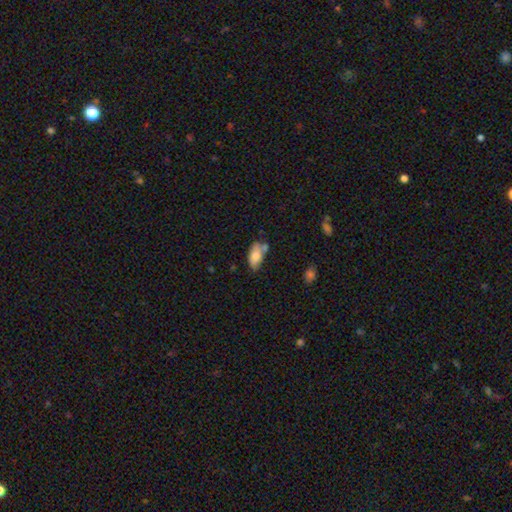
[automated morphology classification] Smooth or featured: smooth — 79% (featured or disk — 15%)
How rounded: in between — 91% (cigar-shaped — 6%)
Merging: none — 53% (minor disturbance — 22%)